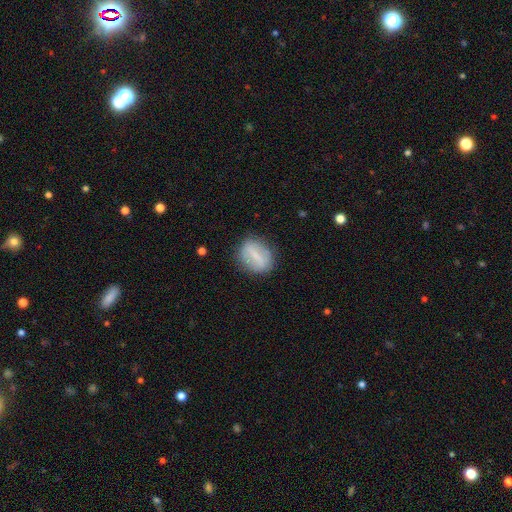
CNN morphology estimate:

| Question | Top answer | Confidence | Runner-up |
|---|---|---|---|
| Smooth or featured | smooth | 52% | featured or disk (40%) |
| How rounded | in between | 60% | round (35%) |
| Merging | none | 81% | minor disturbance (13%) |